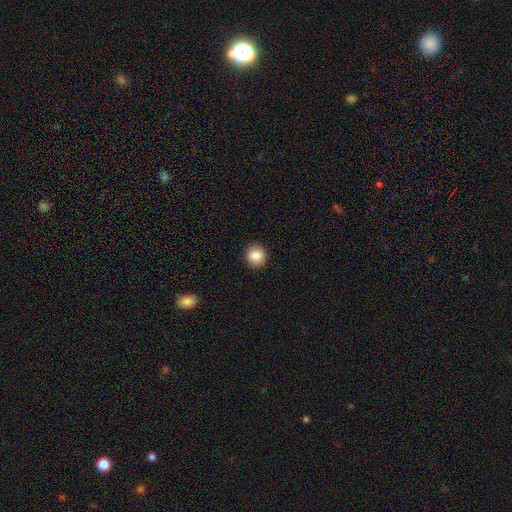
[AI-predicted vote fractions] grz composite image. It shows a smooth galaxy with no disk features (86%) that is round (88%). Merging: none (91%).